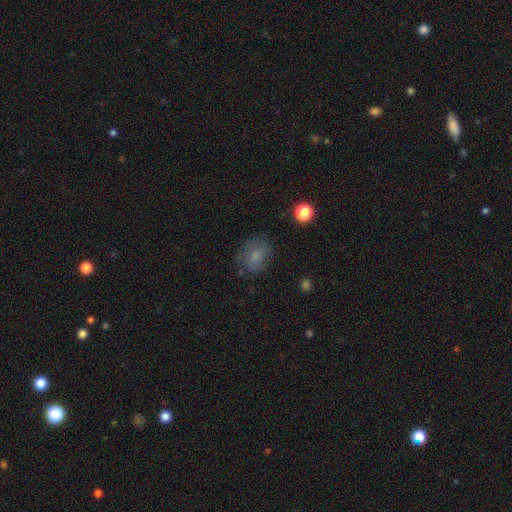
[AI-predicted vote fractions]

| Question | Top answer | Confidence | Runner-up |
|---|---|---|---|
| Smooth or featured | smooth | 76% | featured or disk (13%) |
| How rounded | round | 56% | in between (43%) |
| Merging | none | 68% | minor disturbance (21%) |